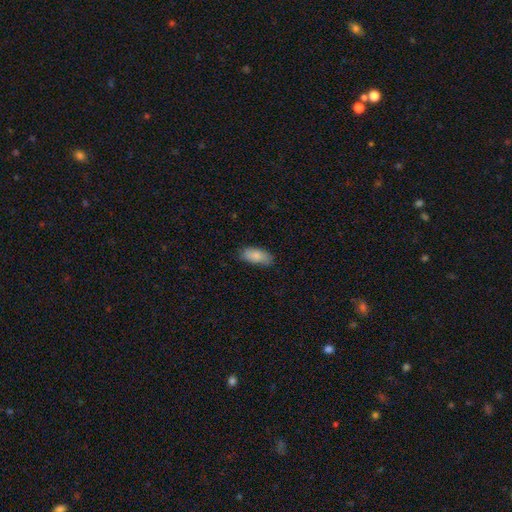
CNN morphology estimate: Smooth or featured: smooth — 84% (featured or disk — 10%)
How rounded: in between — 88% (cigar-shaped — 9%)
Merging: none — 77% (minor disturbance — 19%)